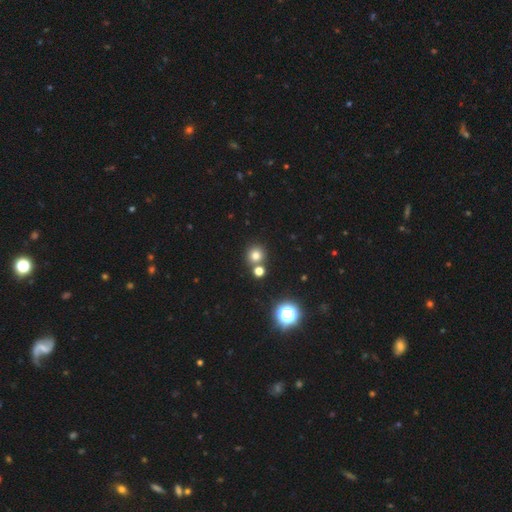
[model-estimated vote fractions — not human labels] A smooth galaxy with no disk features (73%) that is round (92%). Merging: none (72%).